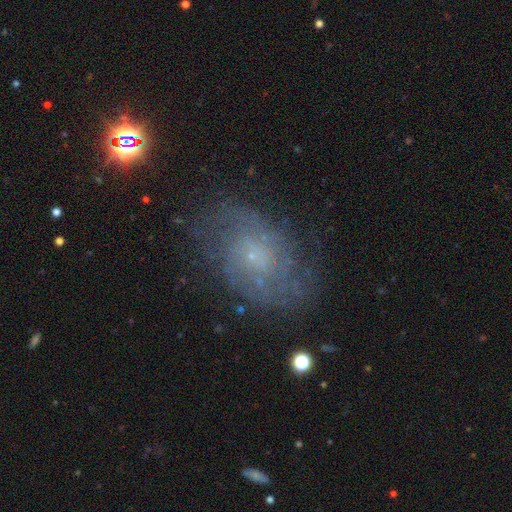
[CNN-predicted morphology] featured or disk 71%, smooth 18%, star or artifact 11%. Down the decision tree: edge-on disk — no (97%); bar — no (75%); spiral arms — yes (88%); spiral arm count — can't tell (41%); spiral winding — tight (46%); bulge size — small (79%); merging — none (72%).